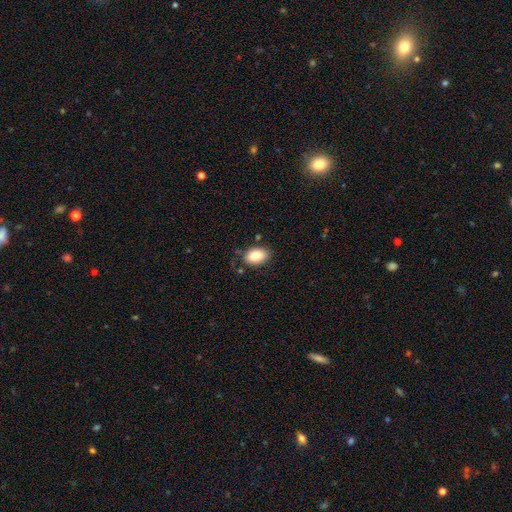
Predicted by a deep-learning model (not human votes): smooth 87%, star or artifact 7%, featured or disk 6%. Down the decision tree: how rounded — in between (89%); merging — none (76%).